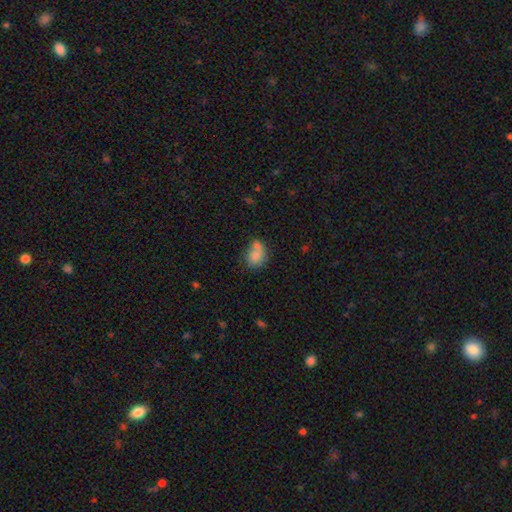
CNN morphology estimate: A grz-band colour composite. It shows a smooth galaxy with no disk features (77%) that is in between round and cigar-shaped (54%). Merging: merger (43%).